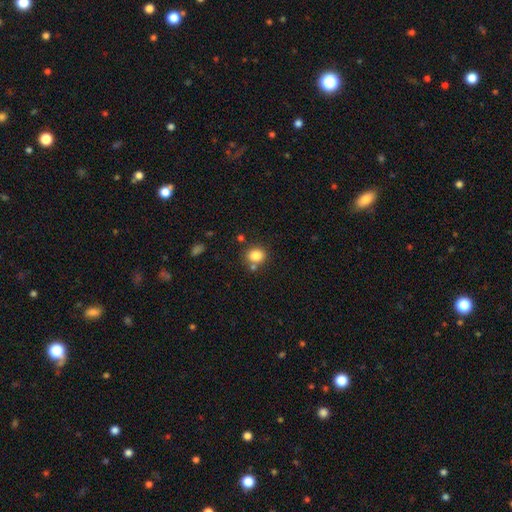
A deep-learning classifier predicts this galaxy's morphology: smooth_or_featured: smooth (p=0.83) [alt: star or artifact p=0.11]
how_rounded: round (p=0.62) [alt: in between p=0.37]
merging: none (p=0.69) [alt: merger p=0.15]